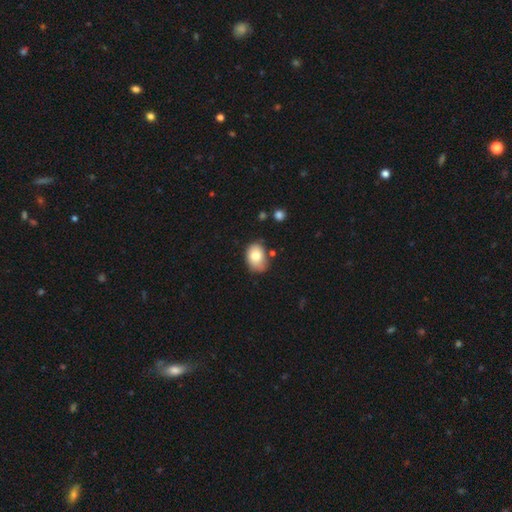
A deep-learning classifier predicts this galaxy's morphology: A smooth galaxy with no disk features (77%) that is in between round and cigar-shaped (73%).

Vote fractions:
- Smooth or featured? smooth: 77% / featured or disk: 14% / star or artifact: 9%
- How rounded? in between: 73% / round: 27% / cigar-shaped: 1%
- Merging? none: 65% / minor disturbance: 25% / major disturbance: 5% / merger: 5%